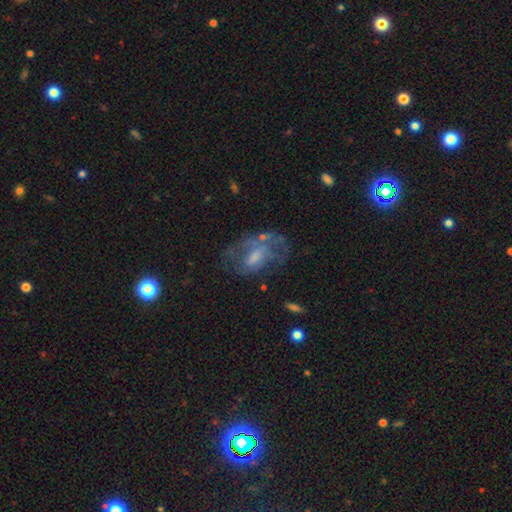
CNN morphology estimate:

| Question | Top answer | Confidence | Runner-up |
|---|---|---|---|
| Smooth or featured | featured or disk | 60% | smooth (28%) |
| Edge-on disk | no | 95% | yes (5%) |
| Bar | no | 56% | weak (36%) |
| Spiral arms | yes | 53% | no (47%) |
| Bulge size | moderate | 39% | small (30%) |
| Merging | none | 45% | major disturbance (28%) |